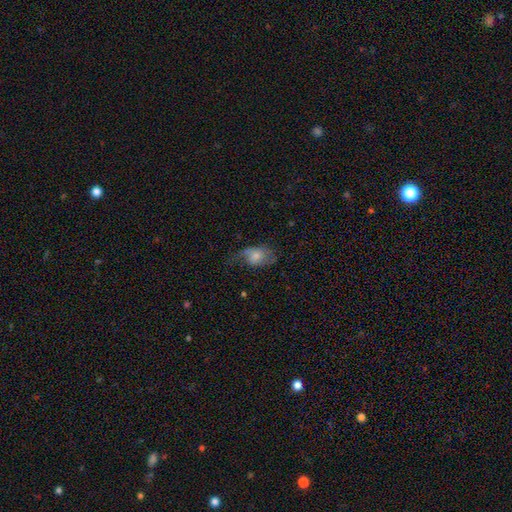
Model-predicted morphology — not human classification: A smooth galaxy with no disk features (53%) that is in between round and cigar-shaped (79%). Merging: none (35%).